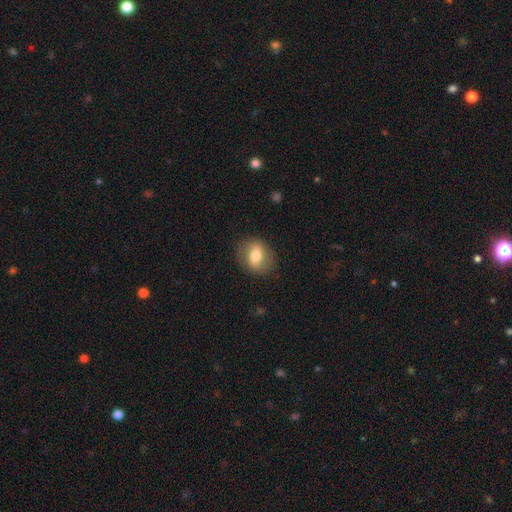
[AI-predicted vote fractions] Smooth or featured? smooth (64%)
How rounded? in between (52%)
Merging? none (83%)